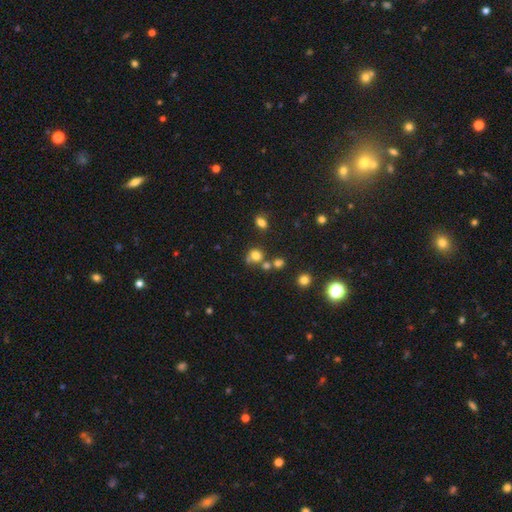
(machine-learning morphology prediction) Overall: smooth (73%). How rounded: round (82%). Merging: none (55%; merger 26%).